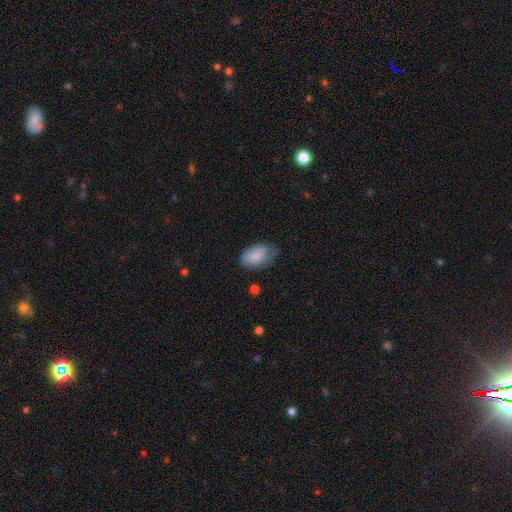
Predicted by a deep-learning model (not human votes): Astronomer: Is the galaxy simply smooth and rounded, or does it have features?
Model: smooth — 84%.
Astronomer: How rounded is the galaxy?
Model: in between — 93%.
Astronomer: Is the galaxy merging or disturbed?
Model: none — 61%.